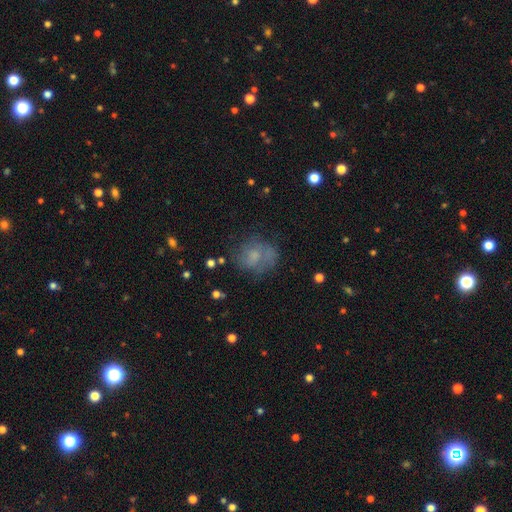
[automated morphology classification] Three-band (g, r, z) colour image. It shows a smooth galaxy with no disk features (51%) that is round (65%). Merging: none (56%).